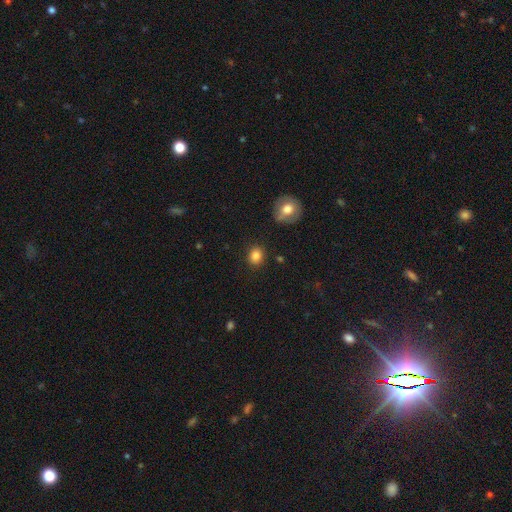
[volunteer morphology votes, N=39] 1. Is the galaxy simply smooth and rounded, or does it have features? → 87% smooth, 10% star or artifact, 3% featured or disk.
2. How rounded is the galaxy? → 68% round, 32% in between, 0% cigar-shaped.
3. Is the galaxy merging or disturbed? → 89% none, 11% minor disturbance, 0% major disturbance, 0% merger.